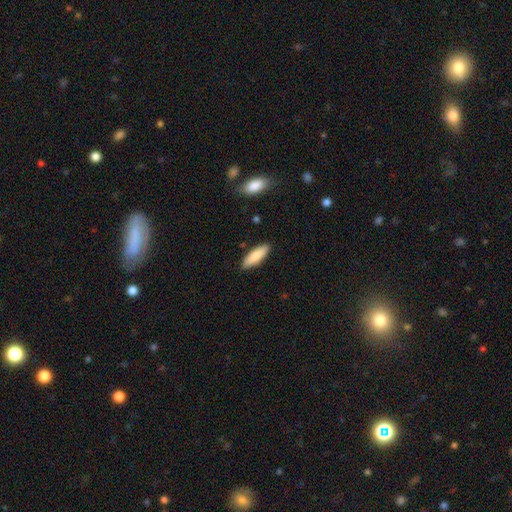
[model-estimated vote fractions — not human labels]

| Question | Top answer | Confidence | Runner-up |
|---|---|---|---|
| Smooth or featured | smooth | 84% | featured or disk (10%) |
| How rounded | in between | 54% | cigar-shaped (44%) |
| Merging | none | 87% | minor disturbance (9%) |